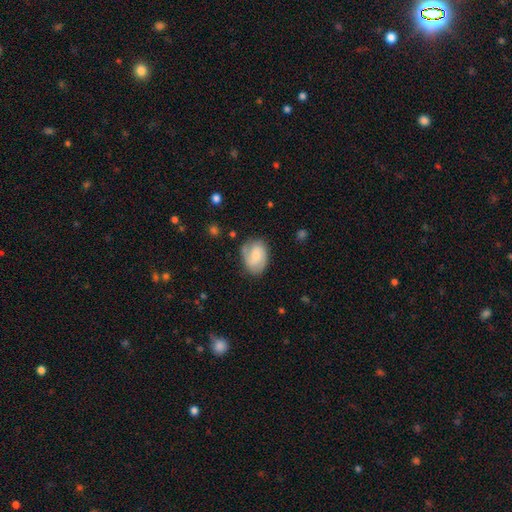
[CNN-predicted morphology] type=featured or disk (48%); merging=none (68%).